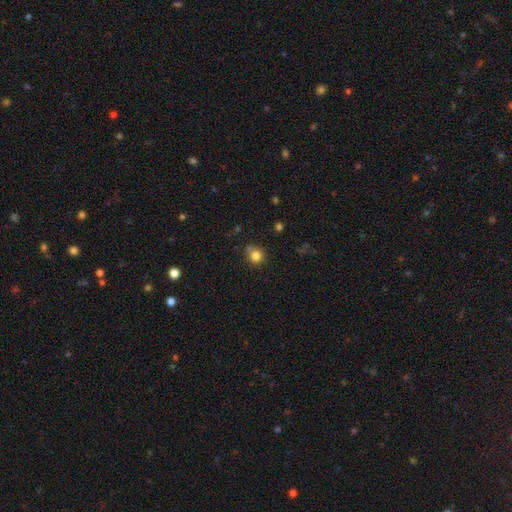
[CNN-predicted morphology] Smooth or featured? smooth (82%)
How rounded? round (88%)
Merging? none (70%)